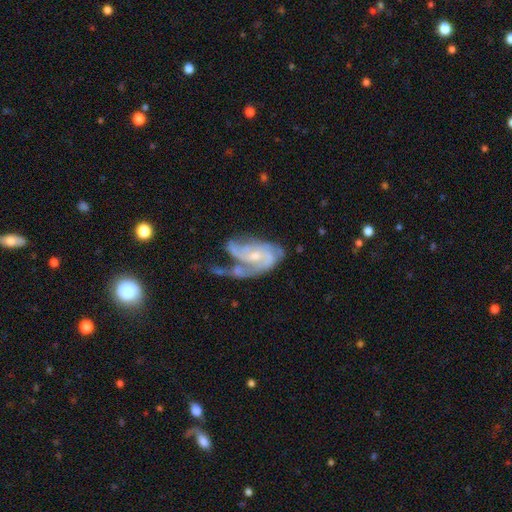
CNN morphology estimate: Smooth or featured: featured or disk — 84% (smooth — 10%)
Edge-on disk: no — 97% (yes — 3%)
Bar: no — 57% (weak — 35%)
Spiral arms: yes — 93% (no — 7%)
Spiral winding: medium — 43% (tight — 35%)
Spiral arm count: 2 — 35% (3 — 26%)
Bulge size: small — 60% (moderate — 33%)
Merging: major disturbance — 34% (none — 30%)